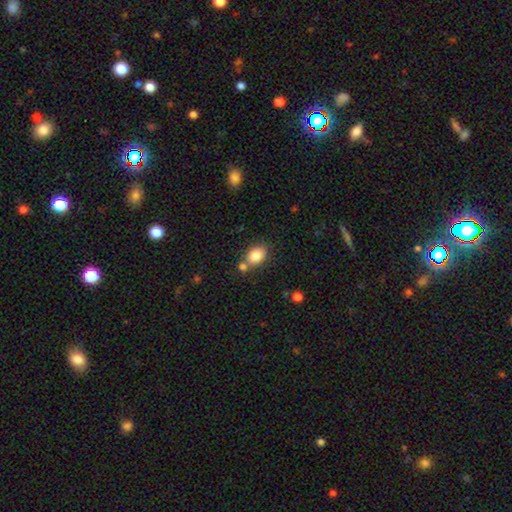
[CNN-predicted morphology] The model was most divided on "how rounded": in between: 63%, round: 36%, cigar-shaped: 1%. More confident: smooth or featured — smooth (84%); merging — none (62%).